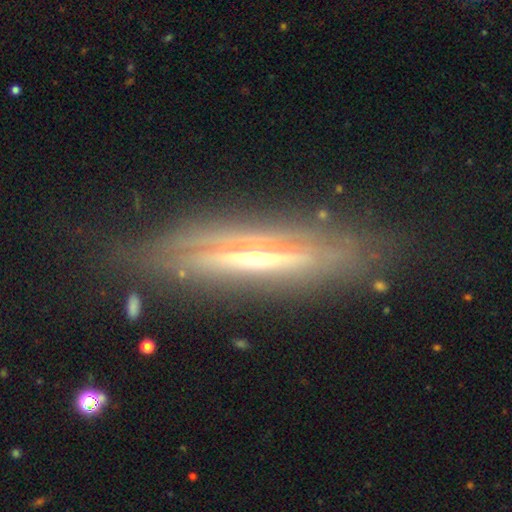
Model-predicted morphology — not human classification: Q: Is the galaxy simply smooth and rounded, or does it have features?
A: featured or disk — 82%.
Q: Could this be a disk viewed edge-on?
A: yes — 86%.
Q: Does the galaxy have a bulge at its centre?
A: rounded — 81%.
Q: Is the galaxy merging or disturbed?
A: none — 72%.